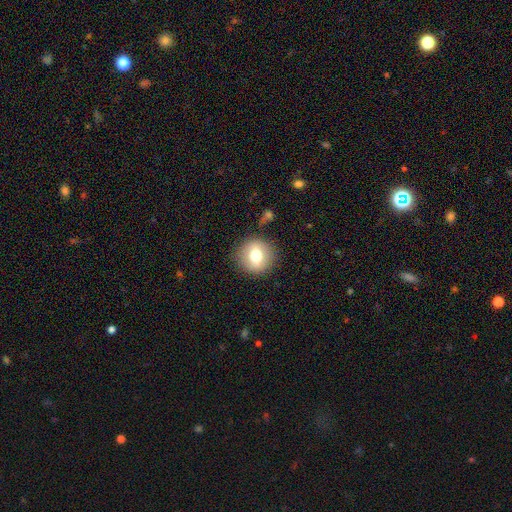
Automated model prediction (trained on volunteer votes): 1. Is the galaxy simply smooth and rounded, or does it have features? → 69% smooth, 22% featured or disk, 9% star or artifact.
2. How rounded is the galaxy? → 91% round, 8% in between, 1% cigar-shaped.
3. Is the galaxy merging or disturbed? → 87% none, 8% minor disturbance, 3% major disturbance, 2% merger.